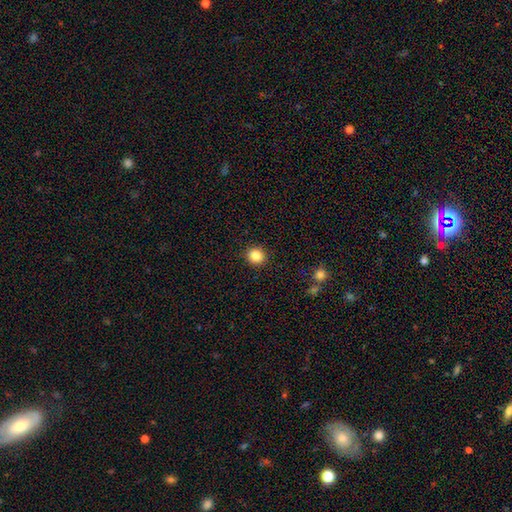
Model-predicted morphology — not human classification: Smooth or featured? Predicted: smooth (p=0.86). How rounded? Predicted: round (p=0.90). Merging? Predicted: none (p=0.92).